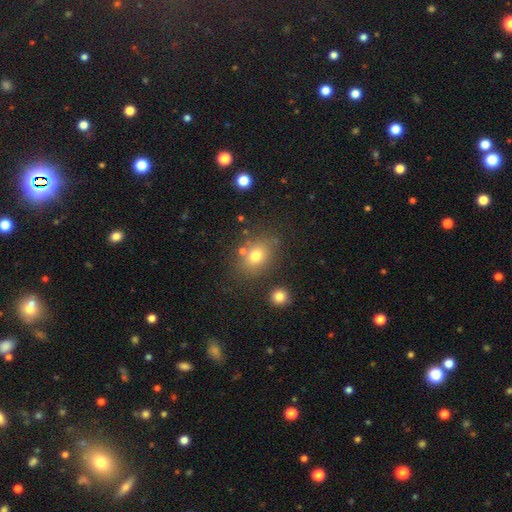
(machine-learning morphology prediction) Smooth or featured? smooth (73%)
How rounded? in between (61%)
Merging? none (73%)